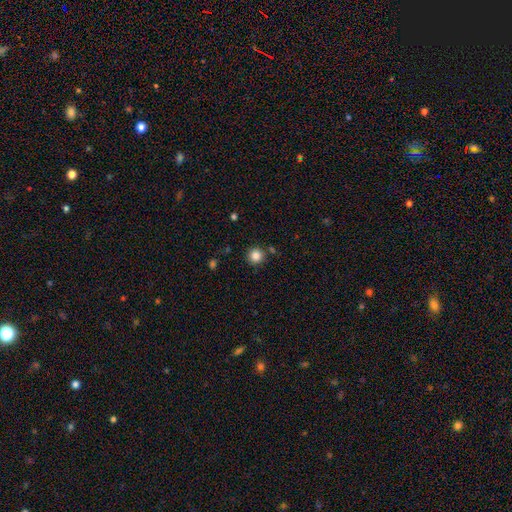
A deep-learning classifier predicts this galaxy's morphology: smooth-or-featured: smooth: 84% | star or artifact: 11% | featured or disk: 5%
  how-rounded: round: 95% | in between: 4% | cigar-shaped: 1%
  merging: none: 86% | minor disturbance: 7% | merger: 4% | major disturbance: 2%